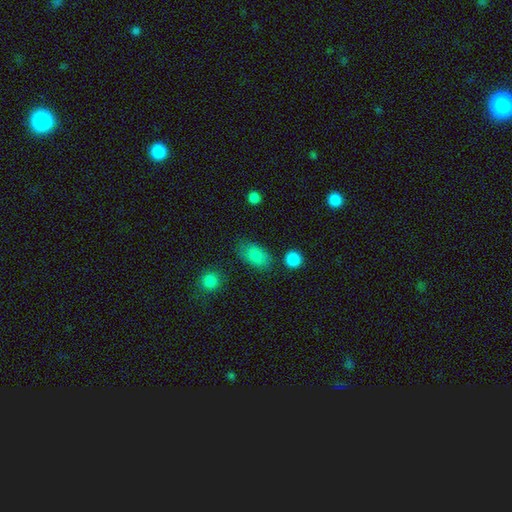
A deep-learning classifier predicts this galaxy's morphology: Overall: smooth (86%). How rounded: in between (89%). Merging: none (72%).